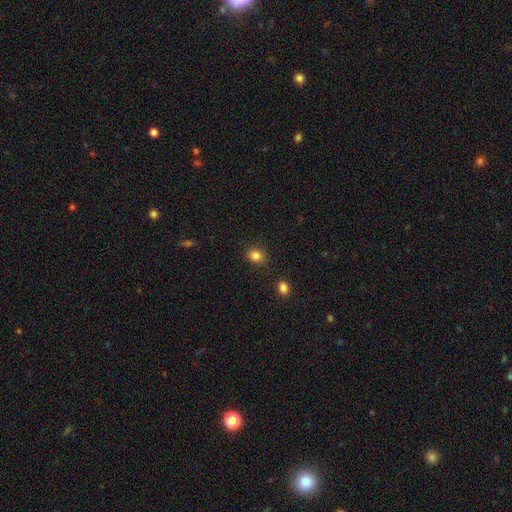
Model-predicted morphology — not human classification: type=smooth (84%); roundness=round (63%); merging=none (84%).